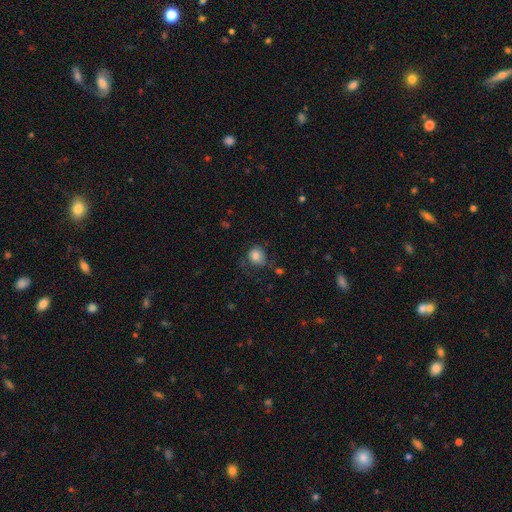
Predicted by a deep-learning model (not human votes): Smooth or featured?
  - smooth: 79% *
  - featured or disk: 10%
  - star or artifact: 10%
How rounded?
  - round: 66% *
  - in between: 34%
  - cigar-shaped: 1%
Merging?
  - none: 57% *
  - minor disturbance: 26%
  - major disturbance: 15%
  - merger: 3%